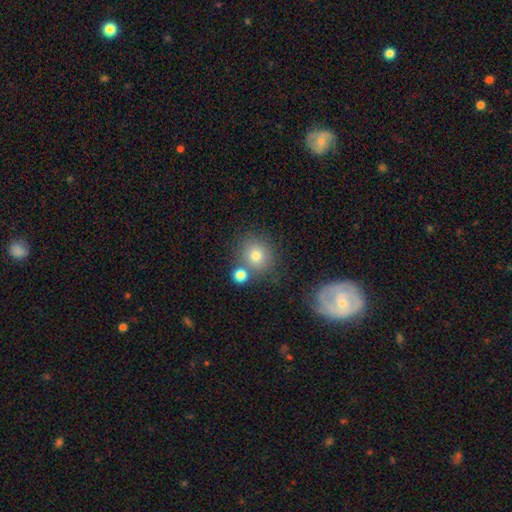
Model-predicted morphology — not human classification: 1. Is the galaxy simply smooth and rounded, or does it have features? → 77% smooth, 12% star or artifact, 11% featured or disk.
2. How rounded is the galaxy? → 84% round, 15% in between, 1% cigar-shaped.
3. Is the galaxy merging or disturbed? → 67% none, 18% merger, 11% minor disturbance, 4% major disturbance.